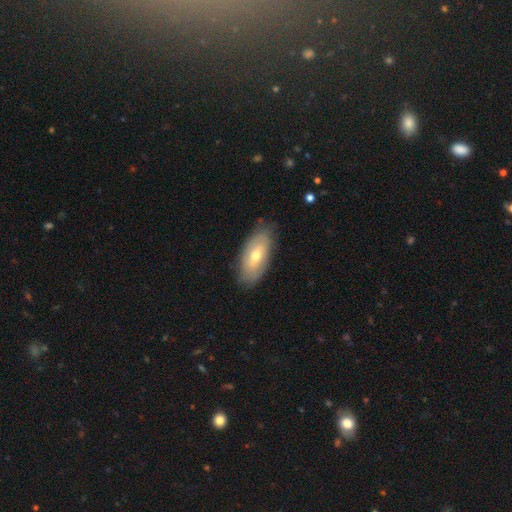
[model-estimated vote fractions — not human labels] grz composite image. It shows a smooth galaxy with no disk features (56%) that is in between round and cigar-shaped (88%). Merging: none (81%).